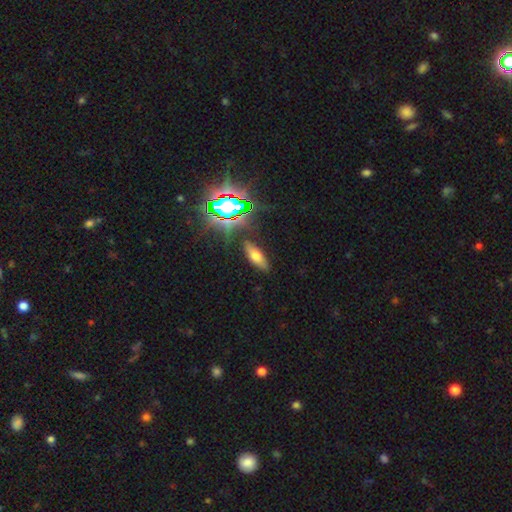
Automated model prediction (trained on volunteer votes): Q: Smooth or featured?
A: smooth (56%); runner-up: star or artifact (23%)
Q: How rounded?
A: in between (66%); runner-up: cigar-shaped (30%)
Q: Merging?
A: none (85%); runner-up: minor disturbance (10%)